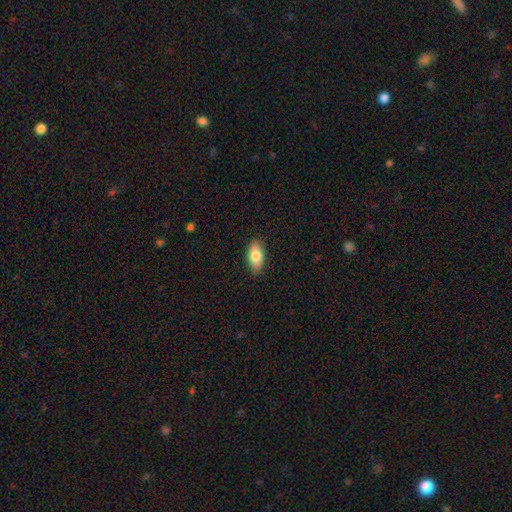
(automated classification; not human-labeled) smooth-or-featured: smooth: 80% | featured or disk: 13% | star or artifact: 7%
  how-rounded: in between: 91% | cigar-shaped: 5% | round: 4%
  merging: none: 88% | minor disturbance: 9% | major disturbance: 2% | merger: 1%